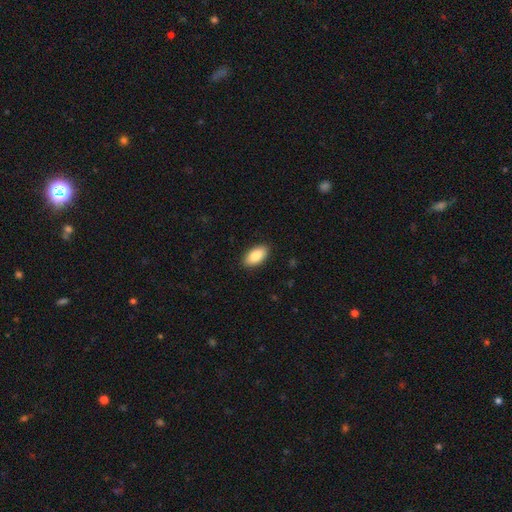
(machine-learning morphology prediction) Overall: smooth (85%). How rounded: in between (94%). Merging: none (90%).